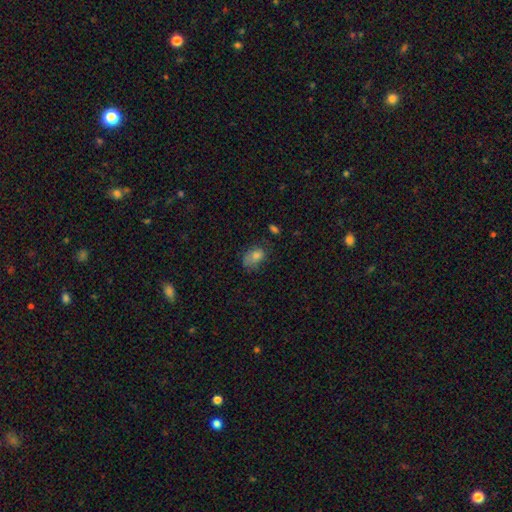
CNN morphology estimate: Smooth or featured? Predicted: smooth (p=0.71). How rounded? Predicted: in between (p=0.75). Merging? Predicted: none (p=0.46).